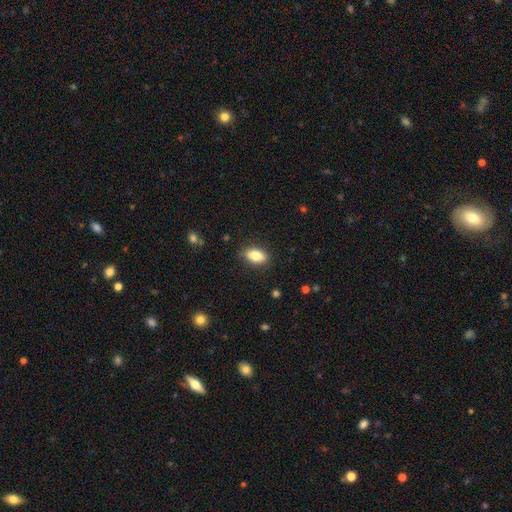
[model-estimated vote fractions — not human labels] smooth_or_featured: smooth (p=0.83) [alt: featured or disk p=0.09]
how_rounded: in between (p=0.88) [alt: cigar-shaped p=0.06]
merging: none (p=0.86) [alt: minor disturbance p=0.10]